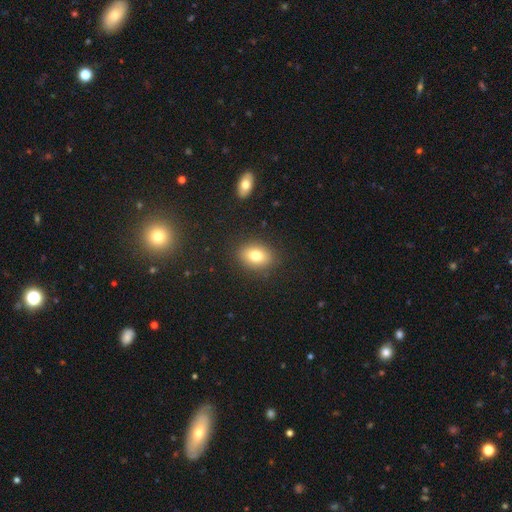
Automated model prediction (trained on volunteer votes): Smooth or featured?
  - smooth: 79% *
  - featured or disk: 11%
  - star or artifact: 10%
How rounded?
  - in between: 67% *
  - round: 32%
  - cigar-shaped: 1%
Merging?
  - none: 87% *
  - minor disturbance: 9%
  - major disturbance: 3%
  - merger: 1%